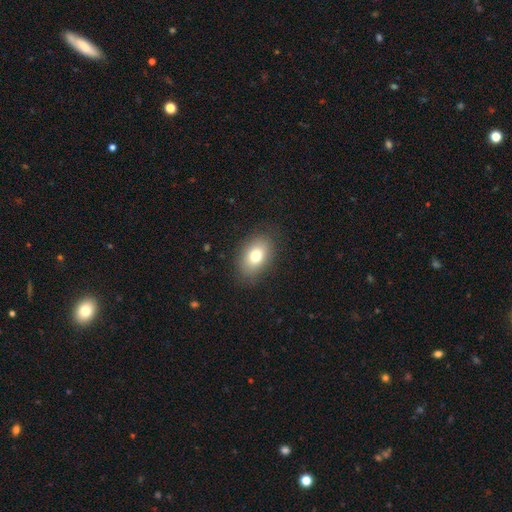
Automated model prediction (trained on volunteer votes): Overall: smooth (76%). How rounded: in between (82%). Merging: none (85%).